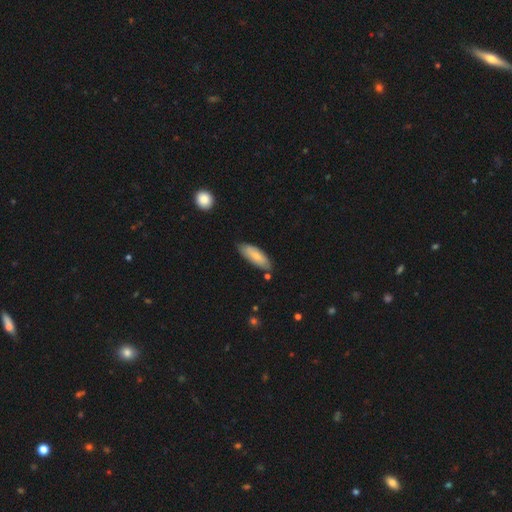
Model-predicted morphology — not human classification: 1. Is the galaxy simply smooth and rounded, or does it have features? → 74% smooth, 21% featured or disk, 6% star or artifact.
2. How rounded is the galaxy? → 69% in between, 30% cigar-shaped, 2% round.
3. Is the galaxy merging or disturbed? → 73% none, 21% minor disturbance, 4% merger, 3% major disturbance.